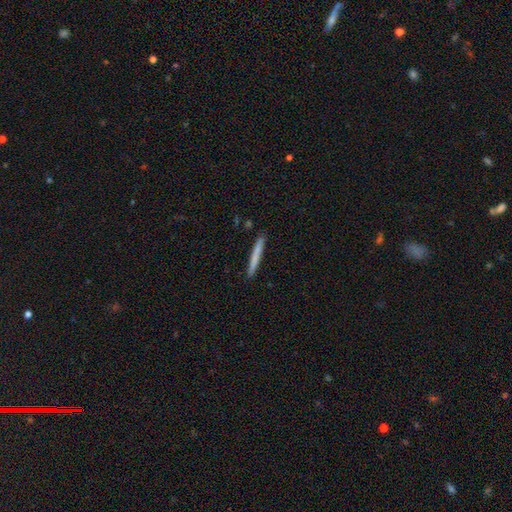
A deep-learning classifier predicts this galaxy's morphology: smooth 69%, featured or disk 25%, star or artifact 6%. Down the decision tree: how rounded — cigar-shaped (97%); merging — none (91%).